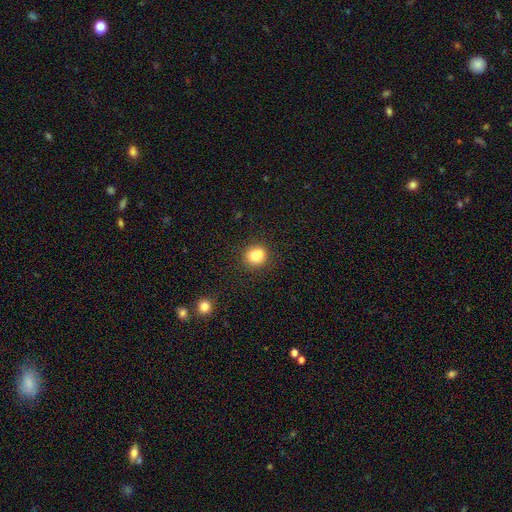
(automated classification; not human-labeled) This is likely a smooth galaxy (76%). How rounded: clearly round (84%). Merging: likely none (62%).